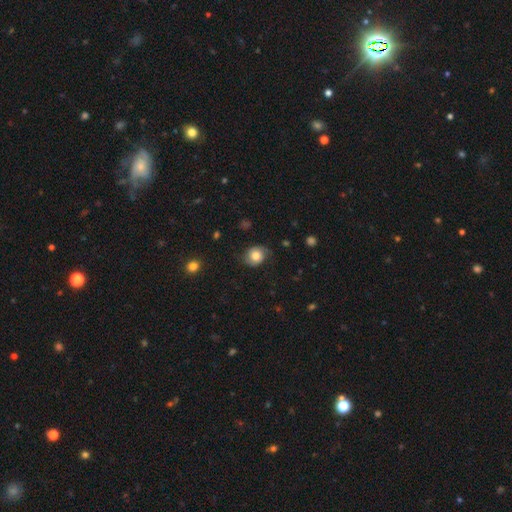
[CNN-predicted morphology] Smooth or featured: smooth — 68% (featured or disk — 23%)
How rounded: round — 66% (in between — 33%)
Merging: none — 70% (minor disturbance — 22%)